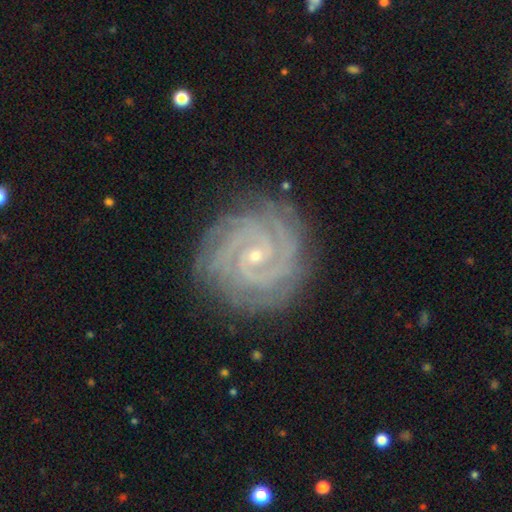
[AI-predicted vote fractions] A featured or disk galaxy (92%) with no bar (51%), 2 (34%) tight (83%) spiral arms (99%) and a small central bulge (83%). Merging: none (84%).